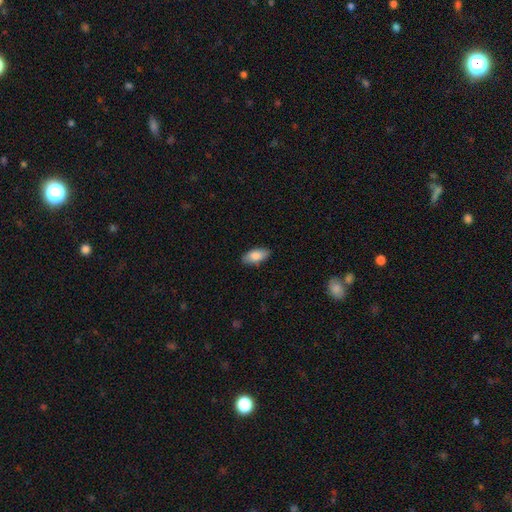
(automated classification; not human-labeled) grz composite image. It shows a smooth galaxy with no disk features (85%) that is in between round and cigar-shaped (90%). Merging: none (87%).